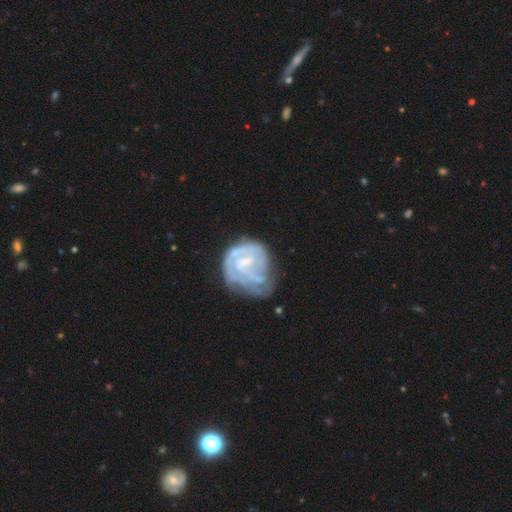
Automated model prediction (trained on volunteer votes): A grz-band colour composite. It shows a featured or disk galaxy (72%) with no bar (45%), spiral arms (64%) and a small central bulge (45%). Merging: none (36%).